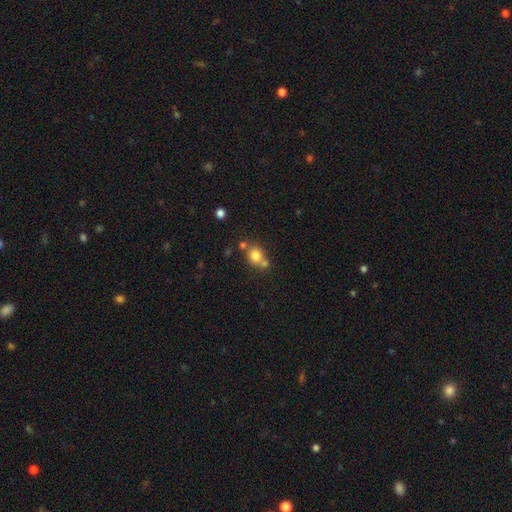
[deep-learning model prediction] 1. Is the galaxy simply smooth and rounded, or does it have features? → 78% smooth, 12% star or artifact, 11% featured or disk.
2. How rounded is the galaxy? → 76% round, 23% in between, 1% cigar-shaped.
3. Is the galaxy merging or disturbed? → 55% none, 31% merger, 10% minor disturbance, 4% major disturbance.